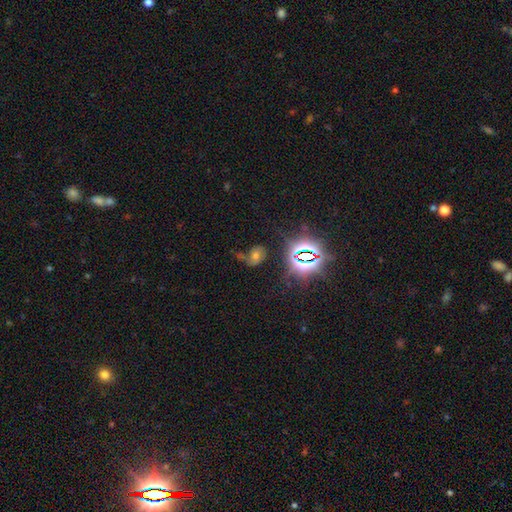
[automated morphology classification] Smooth or featured? Predicted: smooth (p=0.44). Merging? Predicted: none (p=0.46).